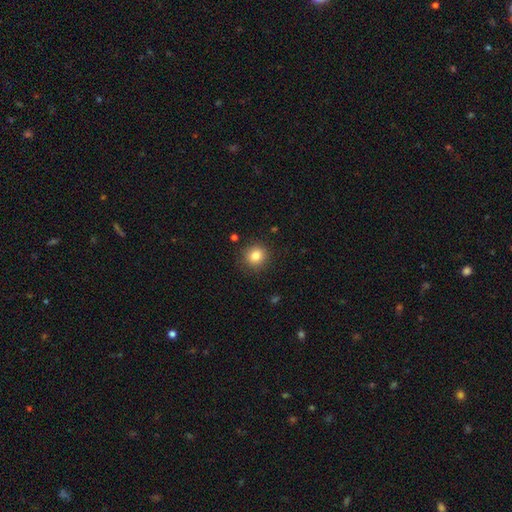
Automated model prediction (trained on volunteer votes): Smooth or featured? Predicted: smooth (p=0.83). How rounded? Predicted: round (p=0.89). Merging? Predicted: none (p=0.88).